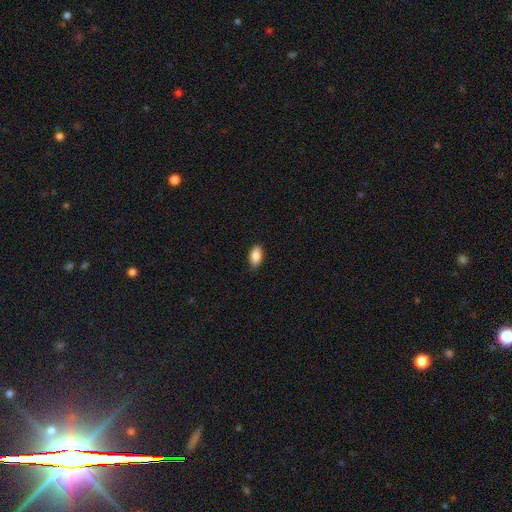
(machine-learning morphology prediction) A smooth galaxy with no disk features (88%) that is in between round and cigar-shaped (92%). Merging: none (85%).